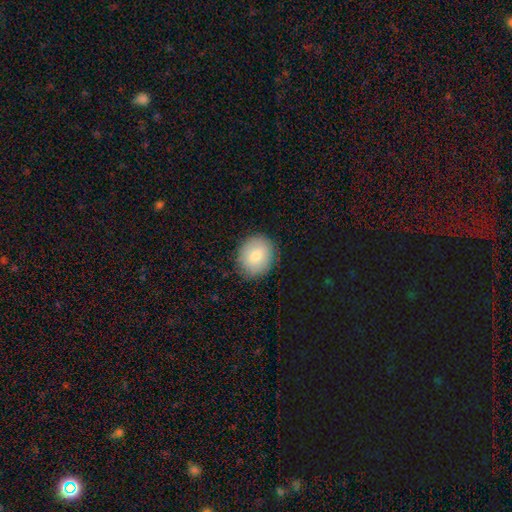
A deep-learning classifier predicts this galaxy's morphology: smooth 78%, featured or disk 14%, star or artifact 8%. Down the decision tree: how rounded — round (68%); merging — none (87%).